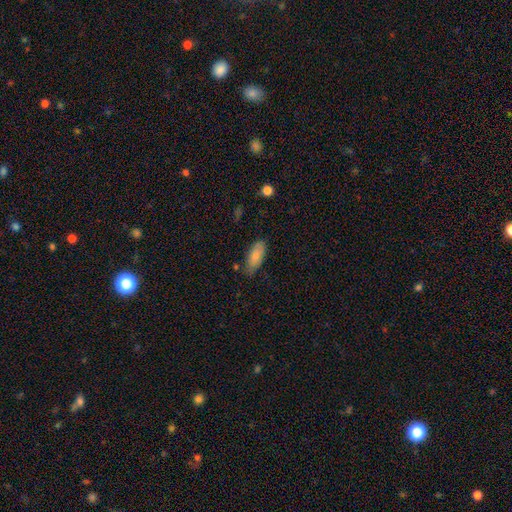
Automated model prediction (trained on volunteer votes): smooth 81%, featured or disk 13%, star or artifact 7%. Down the decision tree: how rounded — in between (86%); merging — none (73%).